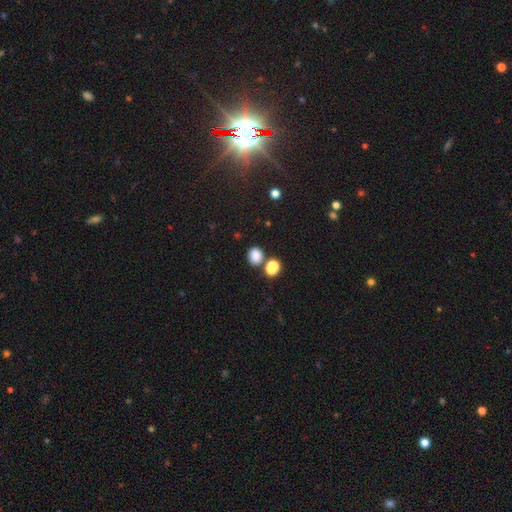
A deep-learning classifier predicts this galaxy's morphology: smooth-or-featured: smooth: 83% | star or artifact: 12% | featured or disk: 5%
  how-rounded: round: 60% | in between: 39% | cigar-shaped: 1%
  merging: none: 68% | merger: 18% | minor disturbance: 10% | major disturbance: 3%